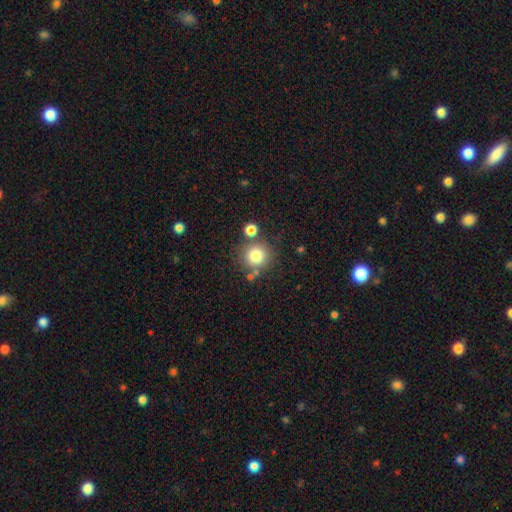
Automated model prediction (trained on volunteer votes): smooth 79%, star or artifact 12%, featured or disk 9%. Down the decision tree: how rounded — round (92%); merging — none (75%).